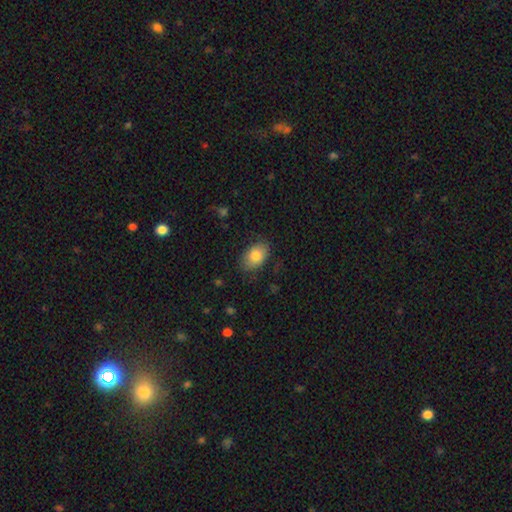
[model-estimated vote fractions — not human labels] Smooth or featured: smooth — 82% (featured or disk — 11%)
How rounded: in between — 86% (round — 13%)
Merging: none — 79% (minor disturbance — 16%)